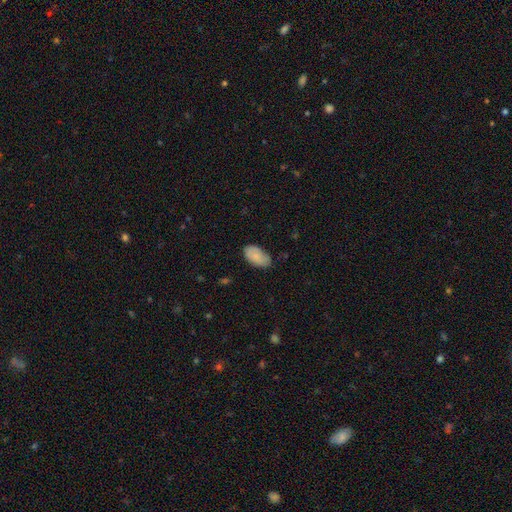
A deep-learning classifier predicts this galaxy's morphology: type=smooth (85%); roundness=in between (95%); merging=none (70%).